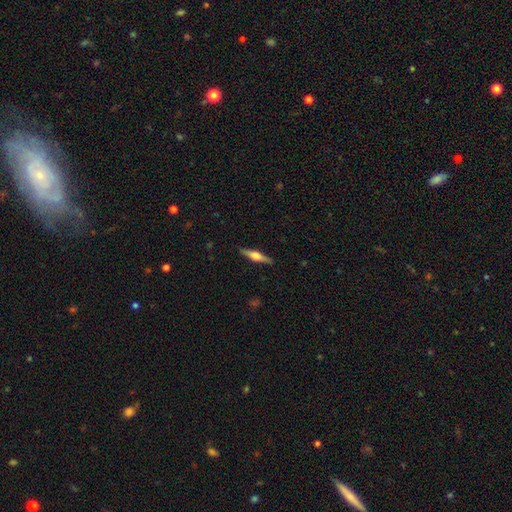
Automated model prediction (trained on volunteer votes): Smooth or featured: featured or disk — 66% (smooth — 28%)
Edge-on disk: yes — 98% (no — 2%)
Edge-on bulge: rounded — 88% (boxy — 9%)
Merging: none — 90% (minor disturbance — 7%)